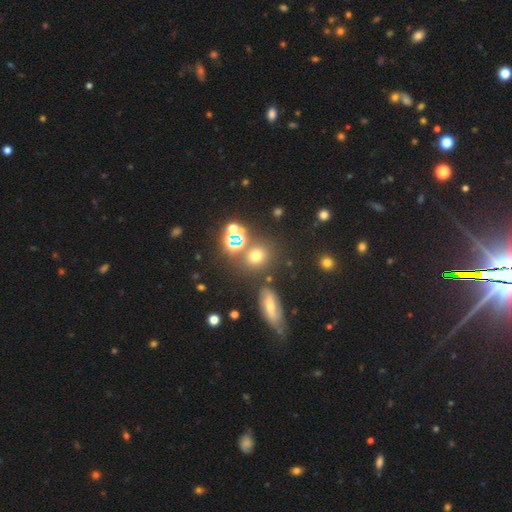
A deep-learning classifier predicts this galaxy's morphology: smooth 63%, star or artifact 28%, featured or disk 9%. Down the decision tree: how rounded — round (74%); merging — none (74%).